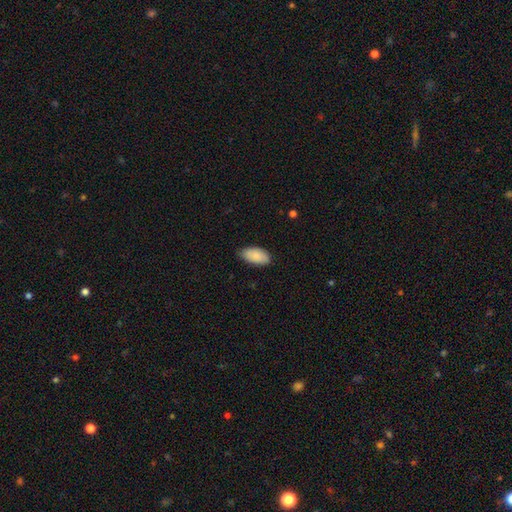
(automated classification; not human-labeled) This is clearly a smooth galaxy (88%). How rounded: clearly in between (95%). Merging: likely none (79%).